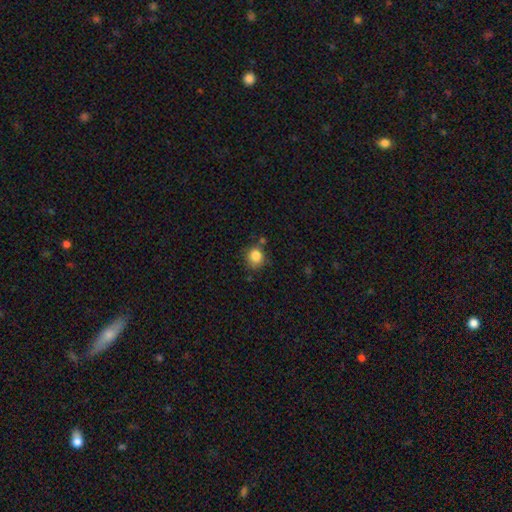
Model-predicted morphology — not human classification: Smooth or featured: smooth — 85% (star or artifact — 10%)
How rounded: round — 81% (in between — 18%)
Merging: none — 69% (minor disturbance — 19%)